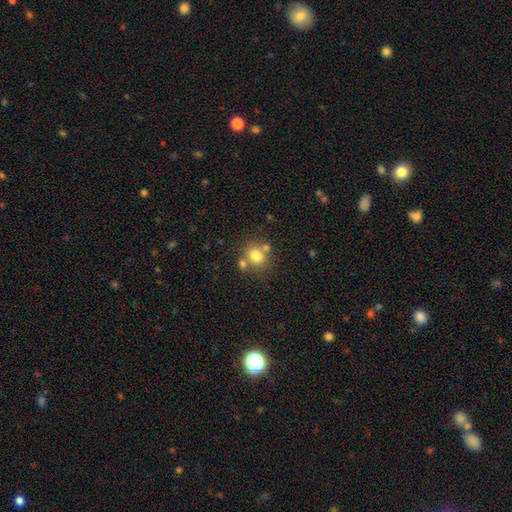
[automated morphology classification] A smooth galaxy with no disk features (77%) that is round (72%). Merging: none (60%).